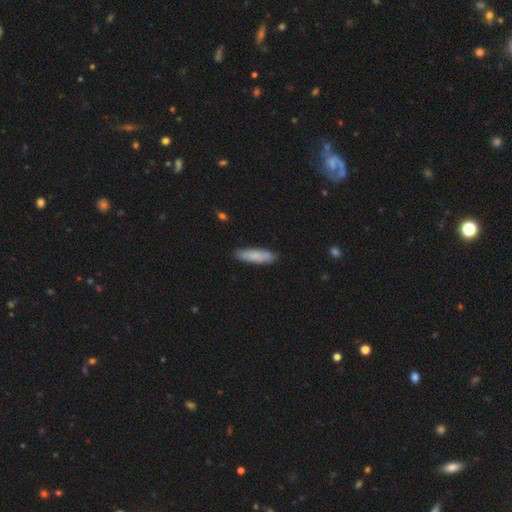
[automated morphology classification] This is likely a smooth galaxy (80%). How rounded: possibly cigar-shaped (59%). Merging: clearly none (86%).